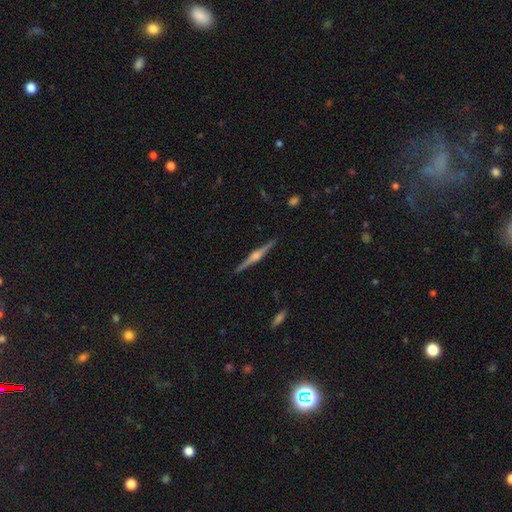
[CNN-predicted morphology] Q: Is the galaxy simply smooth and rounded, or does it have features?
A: featured or disk — 85%.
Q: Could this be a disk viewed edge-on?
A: yes — 99%.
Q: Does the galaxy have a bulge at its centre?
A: rounded — 85%.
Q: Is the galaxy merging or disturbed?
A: none — 92%.